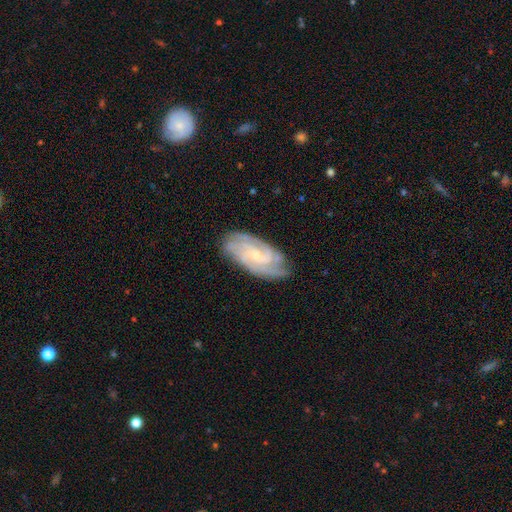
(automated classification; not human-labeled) A featured or disk galaxy (86%) with no bar (52%), 3 (28%) tight (62%) spiral arms (98%) and a small central bulge (74%). Merging: none (79%).